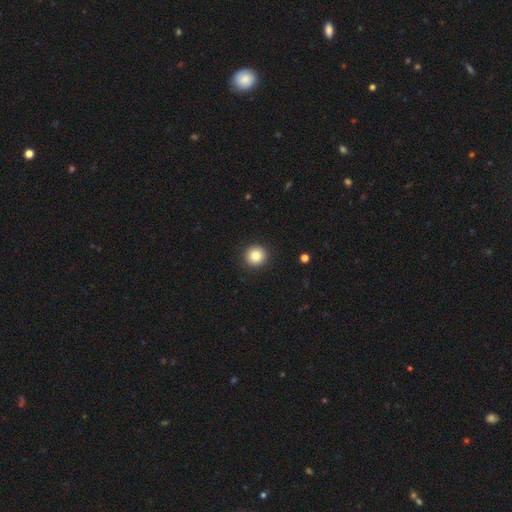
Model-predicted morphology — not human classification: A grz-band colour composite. It shows a smooth galaxy with no disk features (83%) that is round (95%). Merging: none (92%).